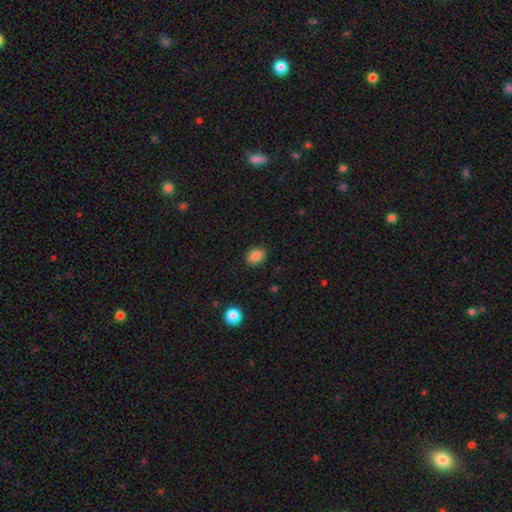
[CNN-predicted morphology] Smooth or featured: smooth — 86% (star or artifact — 9%)
How rounded: in between — 67% (round — 32%)
Merging: none — 87% (minor disturbance — 9%)